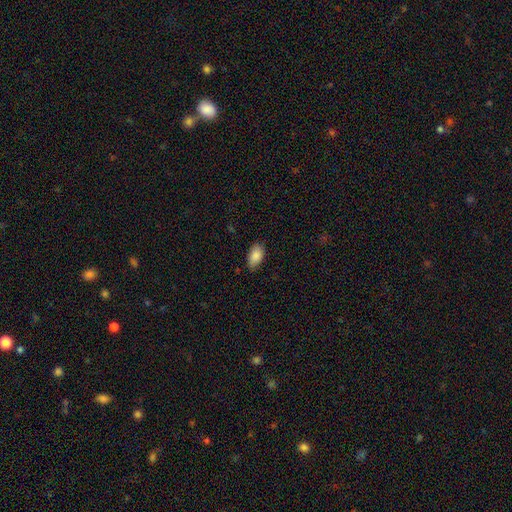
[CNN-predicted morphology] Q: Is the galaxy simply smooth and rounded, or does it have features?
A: smooth — 87%.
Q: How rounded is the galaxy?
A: in between — 93%.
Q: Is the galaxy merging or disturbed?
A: none — 80%.